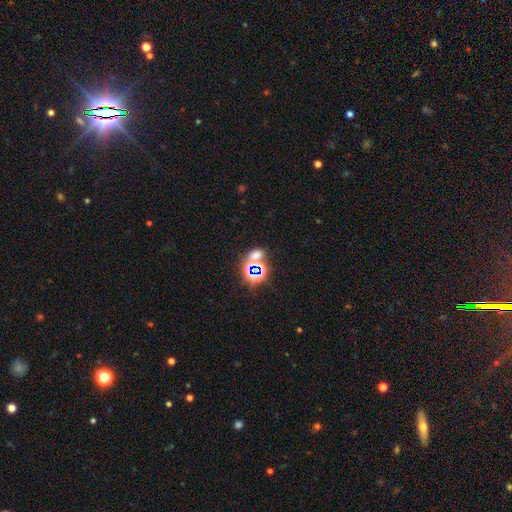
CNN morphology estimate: Overall: star or artifact (52%; smooth 39%).